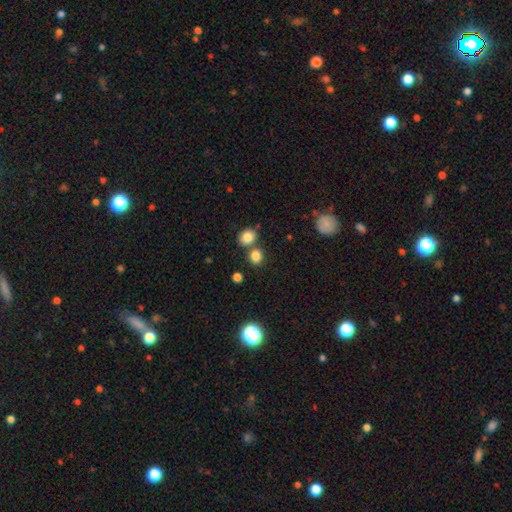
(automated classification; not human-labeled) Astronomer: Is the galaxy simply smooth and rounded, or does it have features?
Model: smooth — 81%.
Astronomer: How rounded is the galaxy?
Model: round — 65%.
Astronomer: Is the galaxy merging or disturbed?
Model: none — 63%.